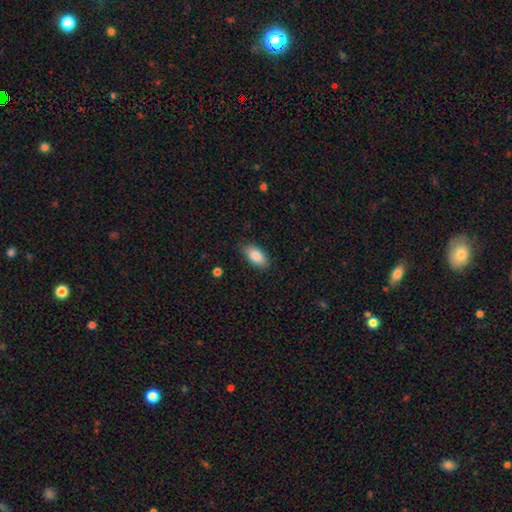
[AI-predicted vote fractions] Smooth or featured? smooth (86%)
How rounded? in between (90%)
Merging? none (84%)